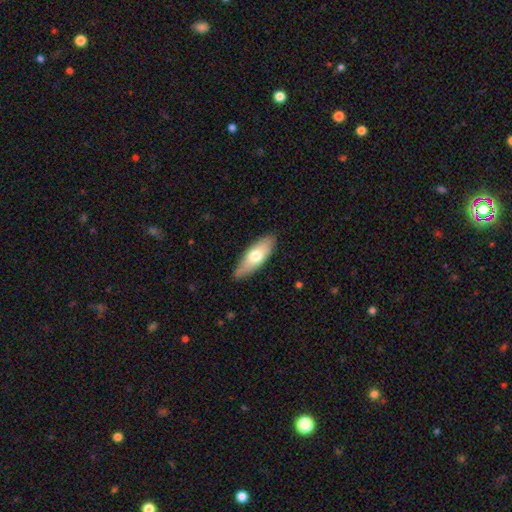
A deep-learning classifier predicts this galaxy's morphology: smooth-or-featured: smooth: 65% | featured or disk: 30% | star or artifact: 6%
  how-rounded: in between: 66% | cigar-shaped: 32% | round: 2%
  merging: none: 83% | minor disturbance: 13% | major disturbance: 2% | merger: 1%